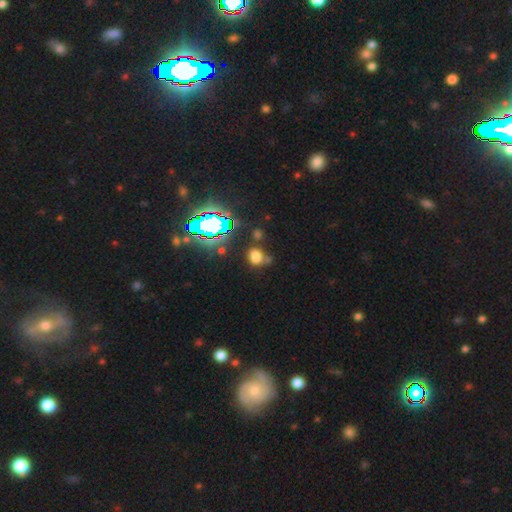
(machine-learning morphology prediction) Smooth or featured: smooth — 62% (star or artifact — 29%)
How rounded: round — 58% (in between — 40%)
Merging: none — 58% (minor disturbance — 20%)